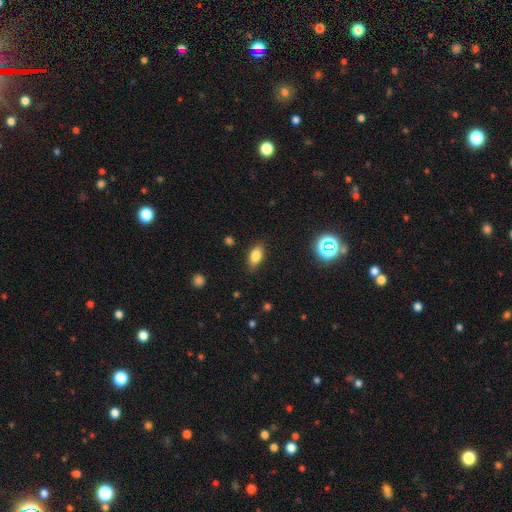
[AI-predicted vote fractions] The model was most divided on "smooth or featured": smooth: 80%, star or artifact: 10%, featured or disk: 10%. More confident: how rounded — in between (85%); merging — none (85%).